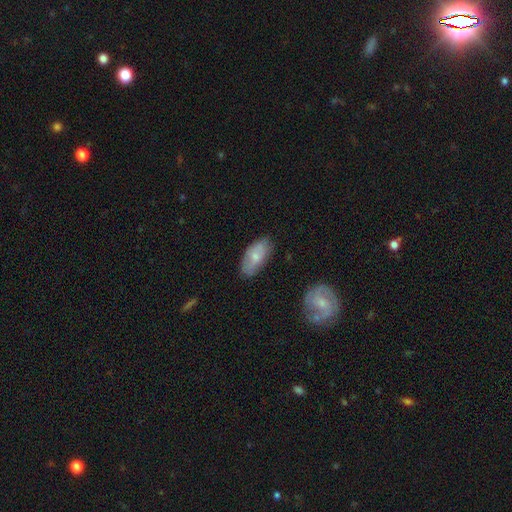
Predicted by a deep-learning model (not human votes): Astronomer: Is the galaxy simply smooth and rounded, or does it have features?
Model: smooth — 64%.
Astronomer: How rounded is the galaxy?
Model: in between — 90%.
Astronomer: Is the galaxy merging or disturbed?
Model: none — 73%.